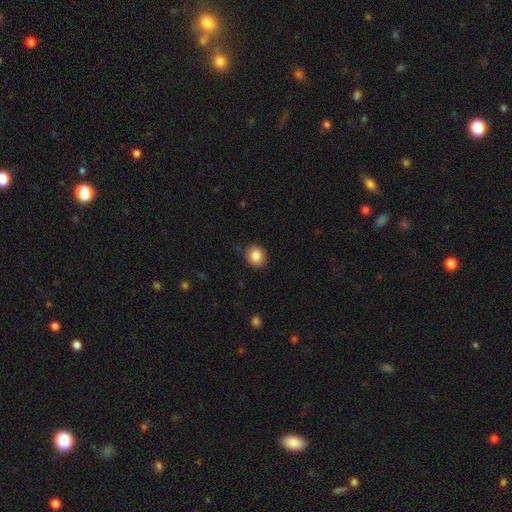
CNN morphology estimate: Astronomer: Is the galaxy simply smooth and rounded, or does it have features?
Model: smooth — 85%.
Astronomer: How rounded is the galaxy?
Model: round — 69%.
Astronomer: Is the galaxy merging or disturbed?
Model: none — 85%.